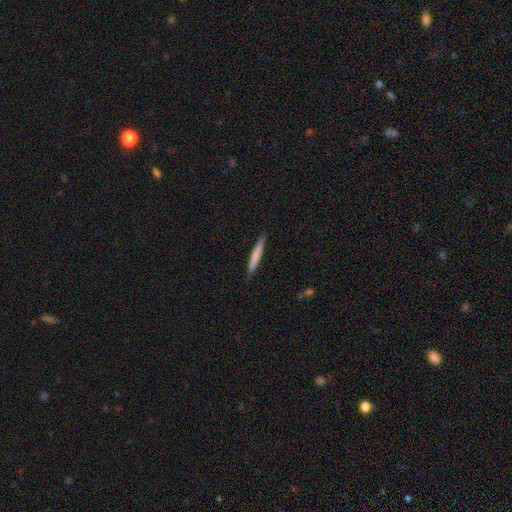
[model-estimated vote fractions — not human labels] Smooth or featured? Predicted: smooth (p=0.71). How rounded? Predicted: cigar-shaped (p=0.96). Merging? Predicted: none (p=0.89).